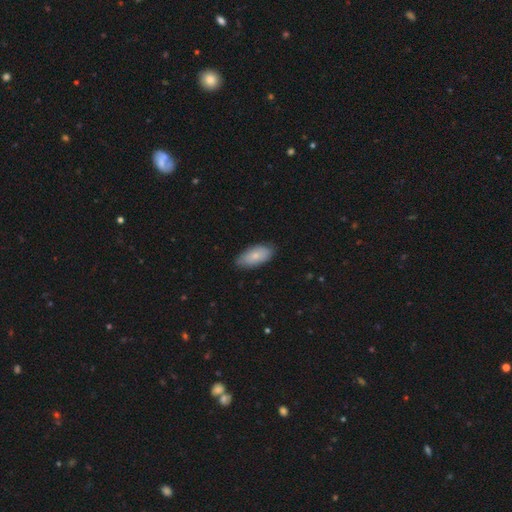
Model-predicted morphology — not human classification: Smooth or featured?
  - smooth: 78% *
  - featured or disk: 17%
  - star or artifact: 6%
How rounded?
  - in between: 92% *
  - cigar-shaped: 6%
  - round: 2%
Merging?
  - none: 82% *
  - minor disturbance: 15%
  - major disturbance: 2%
  - merger: 1%